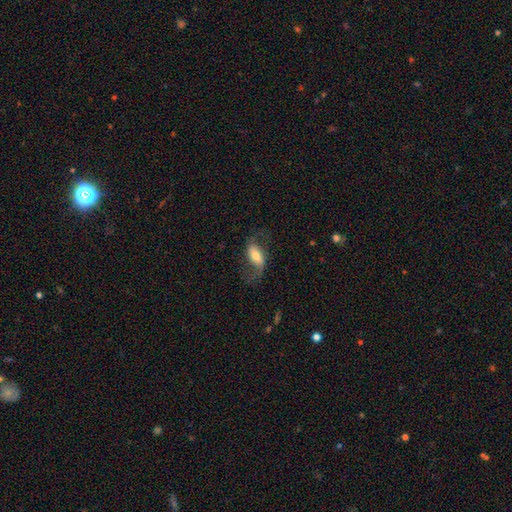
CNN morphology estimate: Smooth or featured? featured or disk (64%)
Edge-on disk? no (94%)
Bar? weak (37%)
Spiral arms? yes (90%)
Spiral winding? loose (72%)
Spiral arm count? 2 (90%)
Bulge size? moderate (49%)
Merging? none (66%)